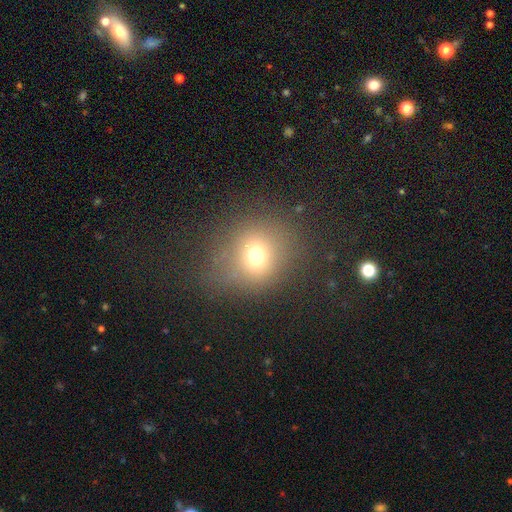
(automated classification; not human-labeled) Q: Smooth or featured?
A: smooth (69%); runner-up: star or artifact (19%)
Q: How rounded?
A: round (80%); runner-up: in between (19%)
Q: Merging?
A: none (76%); runner-up: minor disturbance (13%)